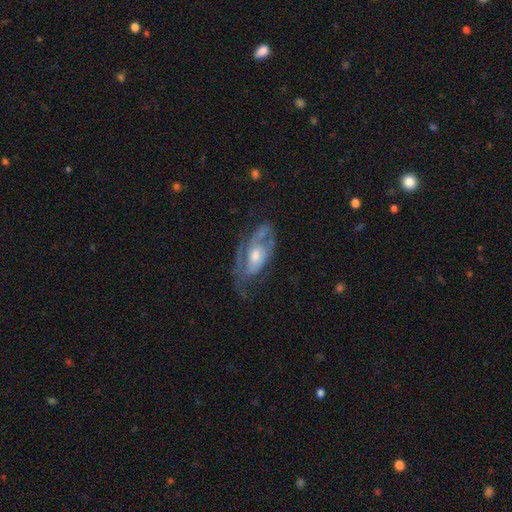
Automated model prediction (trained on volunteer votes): This is likely a featured or disk galaxy (75%). It is clearly not viewed edge-on (91%). Bar: likely no (70%). Spiral arm pattern: likely yes (77%). Spiral arm count: possibly 2 (45%). Spiral winding: marginally tight (42%). Central bulge: possibly moderate (56%). Merging: possibly none (48%).